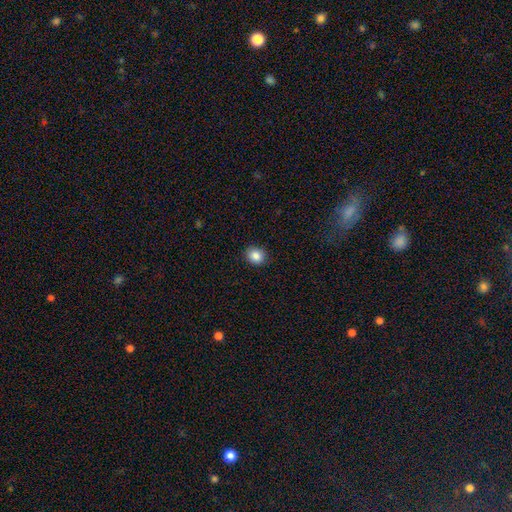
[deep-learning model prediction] Smooth or featured? smooth (86%)
How rounded? round (69%)
Merging? none (89%)